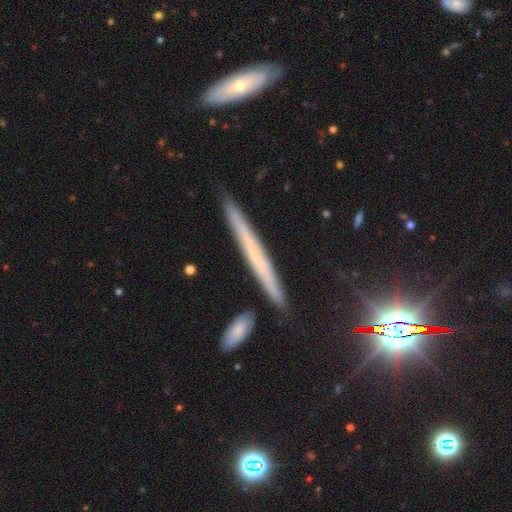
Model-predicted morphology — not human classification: This is possibly a featured or disk galaxy (52%). It is clearly viewed edge-on (95%). Merging: clearly none (87%).